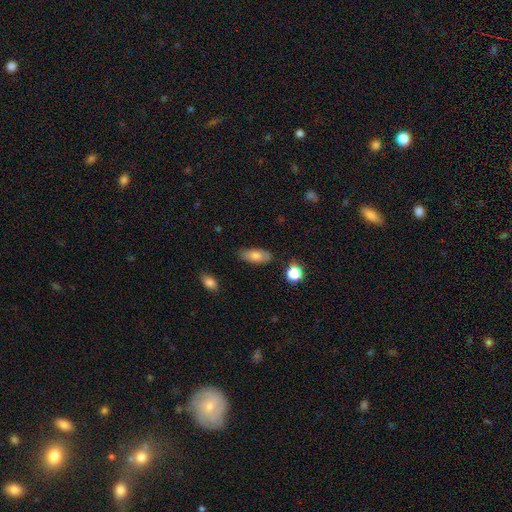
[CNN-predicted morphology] A smooth galaxy with no disk features (77%) that is in between round and cigar-shaped (87%). Merging: none (82%).